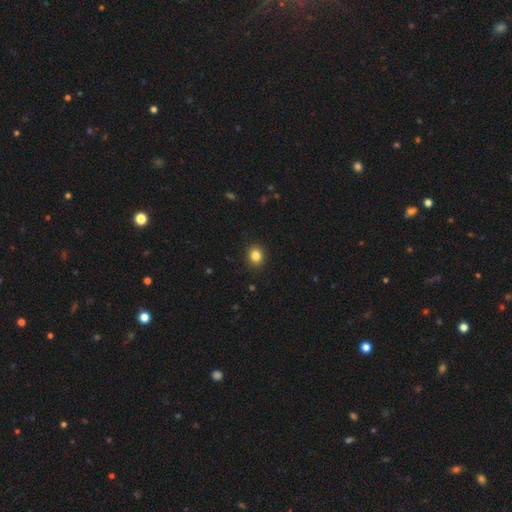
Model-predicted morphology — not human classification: Smooth or featured? smooth (84%)
How rounded? round (73%)
Merging? none (91%)